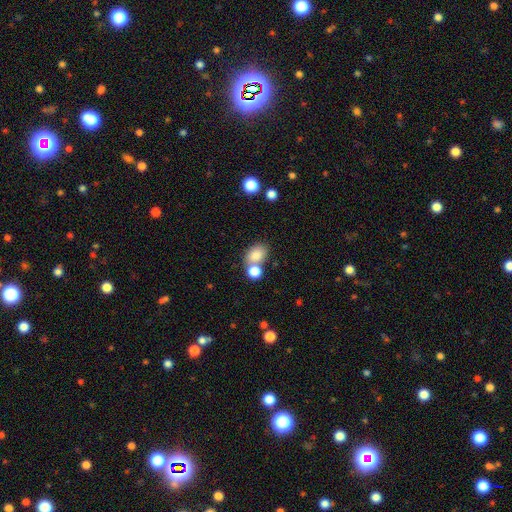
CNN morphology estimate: Smooth or featured?
  - smooth: 82% *
  - star or artifact: 10%
  - featured or disk: 8%
How rounded?
  - in between: 66% *
  - round: 33%
  - cigar-shaped: 1%
Merging?
  - none: 49% *
  - merger: 35%
  - minor disturbance: 11%
  - major disturbance: 5%